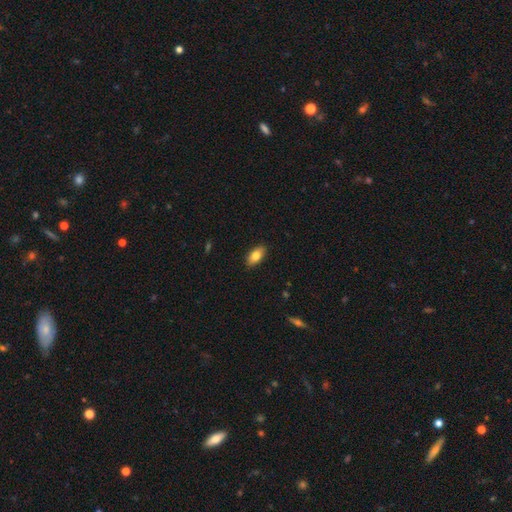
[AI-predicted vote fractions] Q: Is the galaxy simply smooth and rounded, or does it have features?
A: smooth — 81%.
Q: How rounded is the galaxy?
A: in between — 90%.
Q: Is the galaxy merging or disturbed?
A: none — 89%.